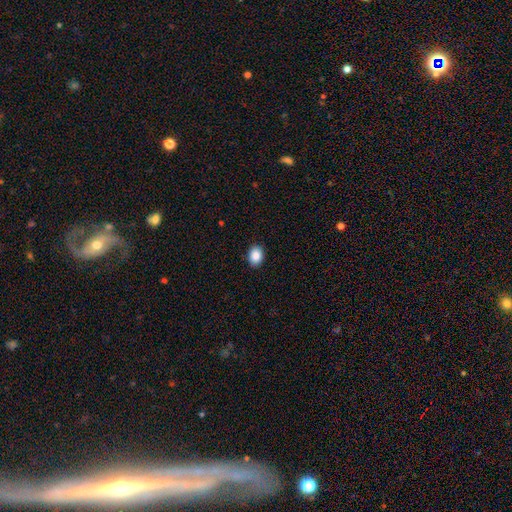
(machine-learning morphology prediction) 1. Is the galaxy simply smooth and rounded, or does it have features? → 88% smooth, 8% star or artifact, 4% featured or disk.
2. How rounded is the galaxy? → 70% in between, 29% round, 1% cigar-shaped.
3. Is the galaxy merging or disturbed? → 90% none, 7% minor disturbance, 2% major disturbance, 1% merger.